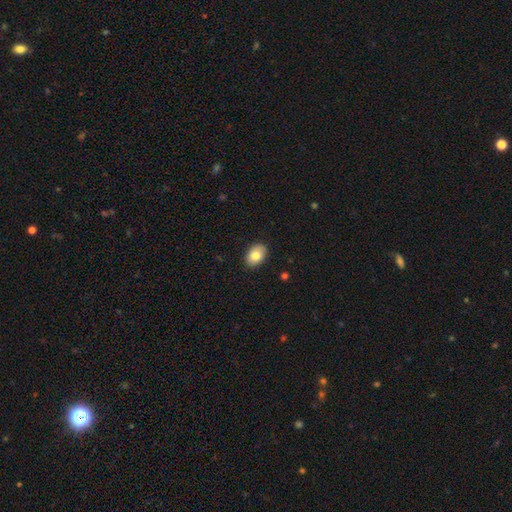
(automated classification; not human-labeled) Smooth or featured? smooth (81%)
How rounded? in between (84%)
Merging? none (89%)